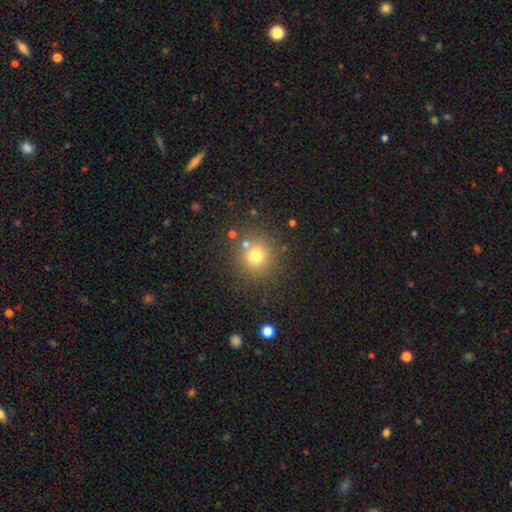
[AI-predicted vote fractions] A smooth galaxy with no disk features (72%) that is round (92%).

Vote fractions:
- Smooth or featured? smooth: 72% / star or artifact: 18% / featured or disk: 10%
- How rounded? round: 92% / in between: 7% / cigar-shaped: 1%
- Merging? none: 79% / merger: 9% / minor disturbance: 8% / major disturbance: 4%